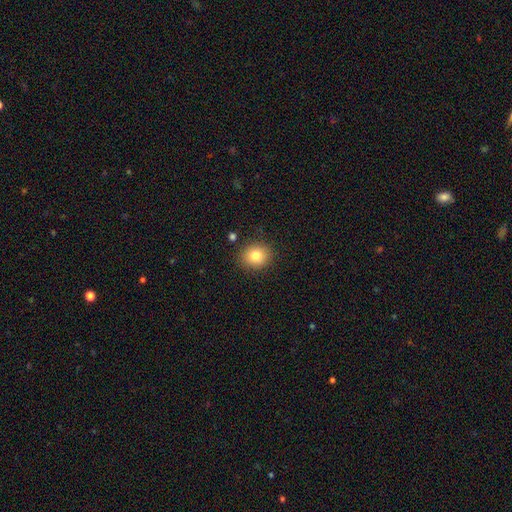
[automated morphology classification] Smooth or featured: smooth — 80% (star or artifact — 11%)
How rounded: round — 76% (in between — 23%)
Merging: none — 87% (minor disturbance — 8%)